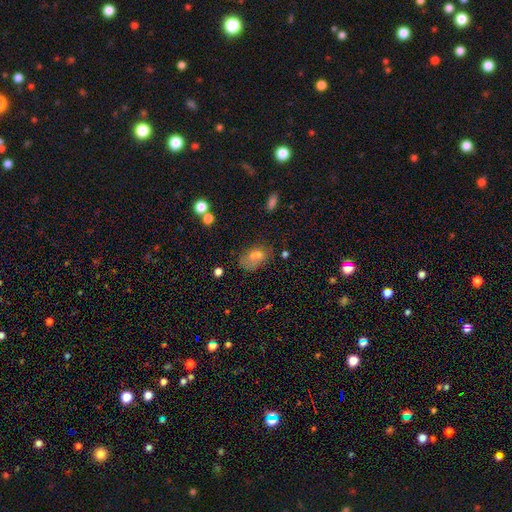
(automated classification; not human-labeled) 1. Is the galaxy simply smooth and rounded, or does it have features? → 65% smooth, 21% featured or disk, 13% star or artifact.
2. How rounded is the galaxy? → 83% in between, 15% round, 2% cigar-shaped.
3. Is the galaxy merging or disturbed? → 33% none, 28% merger, 21% minor disturbance, 18% major disturbance.